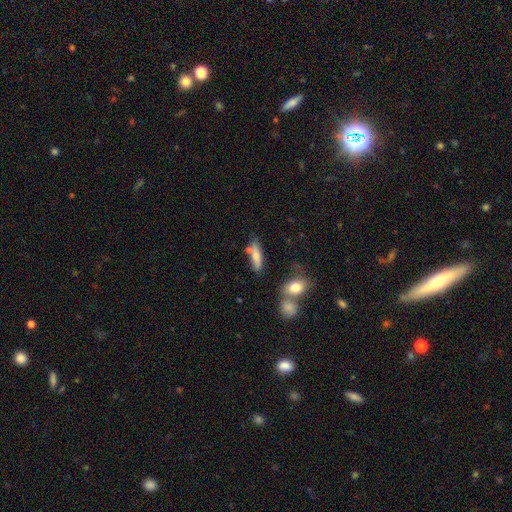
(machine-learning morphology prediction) smooth 71%, featured or disk 21%, star or artifact 8%. Down the decision tree: how rounded — cigar-shaped (55%); merging — none (57%).